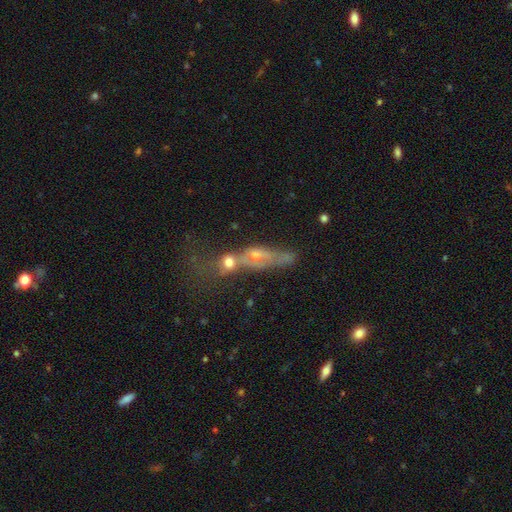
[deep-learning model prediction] Q: Smooth or featured?
A: featured or disk (52%); runner-up: smooth (33%)
Q: Edge-on disk?
A: no (67%); runner-up: yes (33%)
Q: Merging?
A: merger (45%); runner-up: major disturbance (21%)